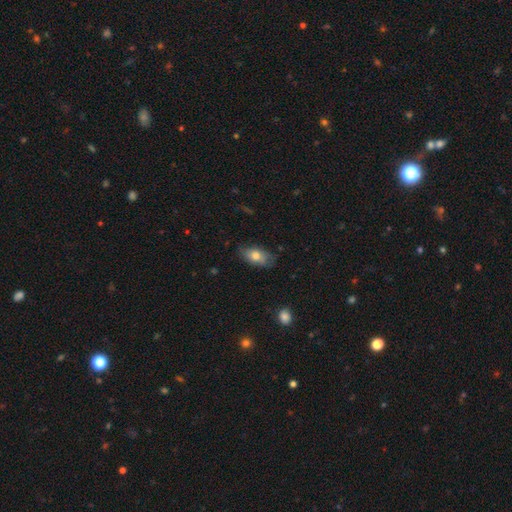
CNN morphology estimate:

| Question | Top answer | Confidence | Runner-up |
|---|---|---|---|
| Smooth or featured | smooth | 74% | featured or disk (19%) |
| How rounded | in between | 89% | round (7%) |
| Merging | none | 67% | minor disturbance (26%) |